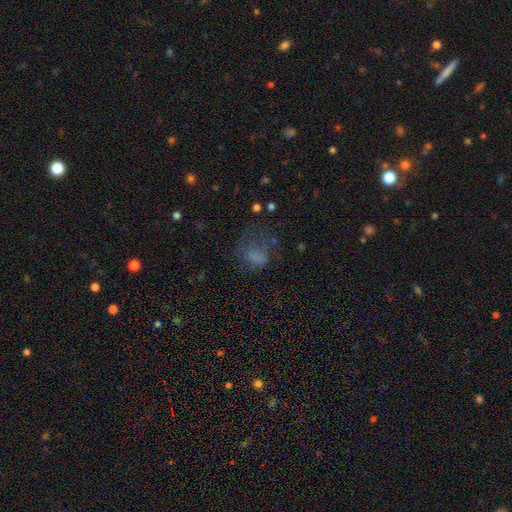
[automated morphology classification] Overall: smooth (60%). How rounded: in between (58%; round 41%). Merging: major disturbance (39%; none 36%).